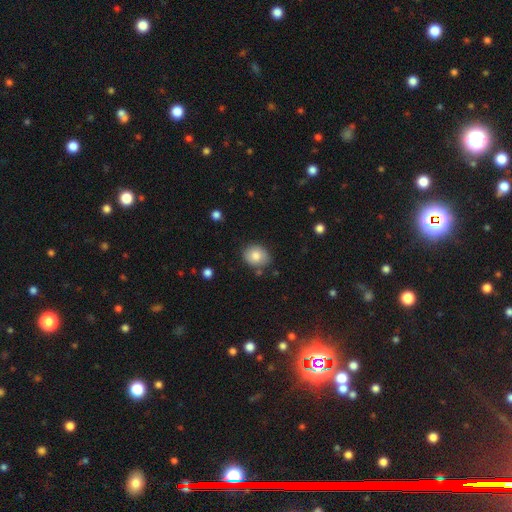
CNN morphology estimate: The model was most divided on "how rounded": round: 61%, in between: 38%, cigar-shaped: 1%. More confident: smooth or featured — smooth (81%); merging — none (78%).